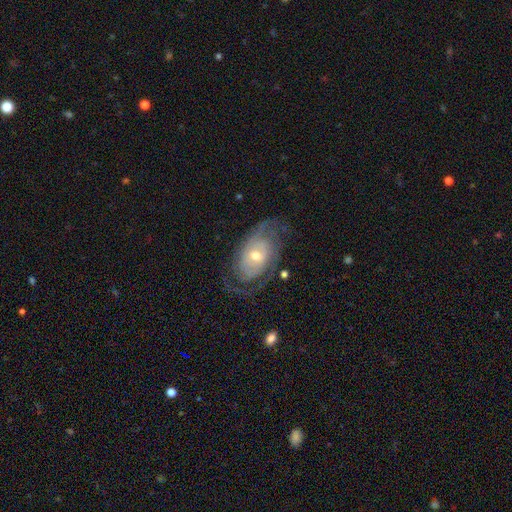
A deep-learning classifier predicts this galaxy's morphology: A featured or disk galaxy (80%) with no bar (63%), 2 (57%) tight (40%) spiral arms (89%) and a moderate central bulge (59%).

Vote fractions:
- Smooth or featured? featured or disk: 80% / smooth: 15% / star or artifact: 6%
- Edge-on disk? no: 95% / yes: 5%
- Bar? no: 63% / weak: 30% / strong: 7%
- Spiral arms? yes: 89% / no: 11%
- Spiral winding? tight: 40% / medium: 39% / loose: 21%
- Spiral arm count? 2: 57% / can't tell: 23% / 3: 8% / 1: 6% / 4: 3% / more than 4: 3%
- Bulge size? moderate: 59% / small: 34% / large: 4% / none: 1% / dominant: 1%
- Merging? none: 62% / minor disturbance: 19% / major disturbance: 17% / merger: 2%